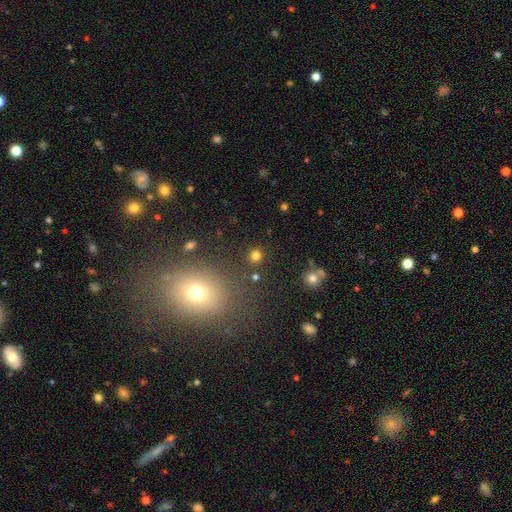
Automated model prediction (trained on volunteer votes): Q: Smooth or featured?
A: smooth (78%); runner-up: star or artifact (17%)
Q: How rounded?
A: round (88%); runner-up: in between (11%)
Q: Merging?
A: none (88%); runner-up: minor disturbance (6%)